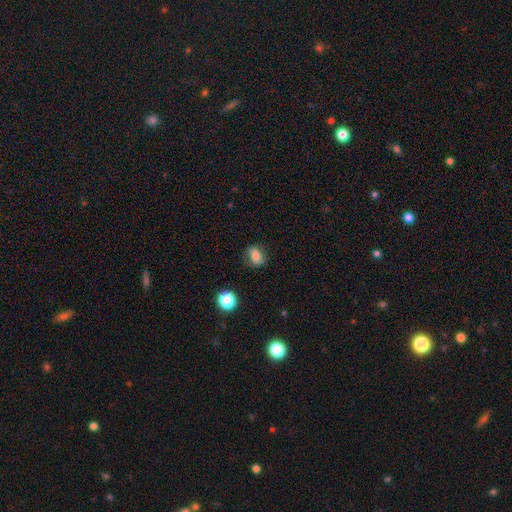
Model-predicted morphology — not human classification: This appears to be a smooth galaxy with no disk features (69%) that is in between round and cigar-shaped (53%). Merging: none (73%).